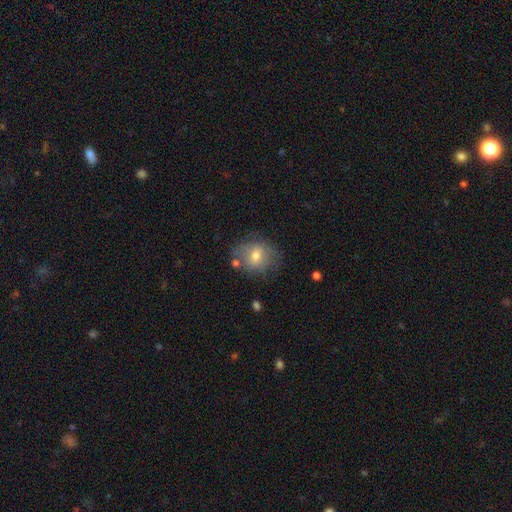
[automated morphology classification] A smooth galaxy with no disk features (66%) that is round (66%).

Vote fractions:
- Smooth or featured? smooth: 66% / featured or disk: 24% / star or artifact: 10%
- How rounded? round: 66% / in between: 33% / cigar-shaped: 1%
- Merging? none: 64% / minor disturbance: 21% / major disturbance: 8% / merger: 6%